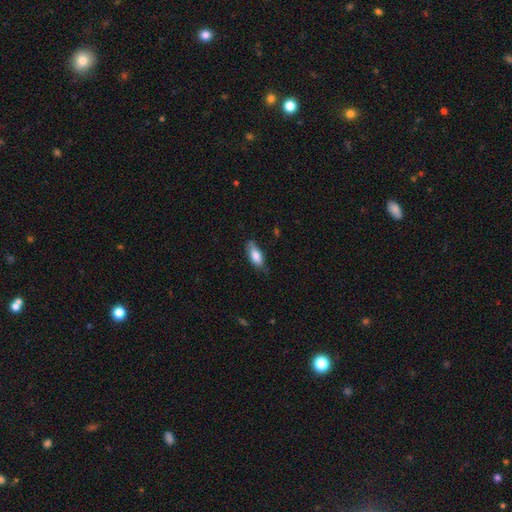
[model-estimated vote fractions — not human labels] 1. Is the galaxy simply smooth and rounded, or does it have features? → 80% smooth, 13% featured or disk, 6% star or artifact.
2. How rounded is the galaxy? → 81% in between, 16% cigar-shaped, 2% round.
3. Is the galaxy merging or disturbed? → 68% none, 25% minor disturbance, 5% major disturbance, 1% merger.